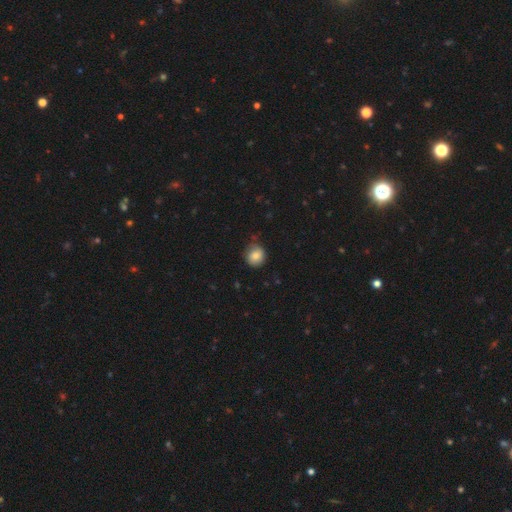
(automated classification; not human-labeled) This is clearly a smooth galaxy (82%). How rounded: clearly round (87%). Merging: likely none (77%).